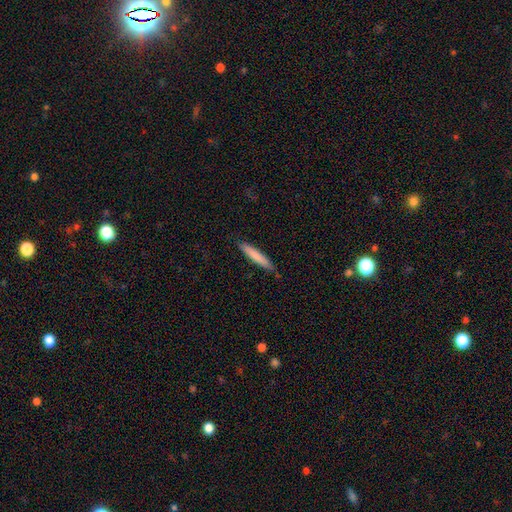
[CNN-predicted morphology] Overall: smooth (78%). How rounded: cigar-shaped (92%). Merging: none (84%).